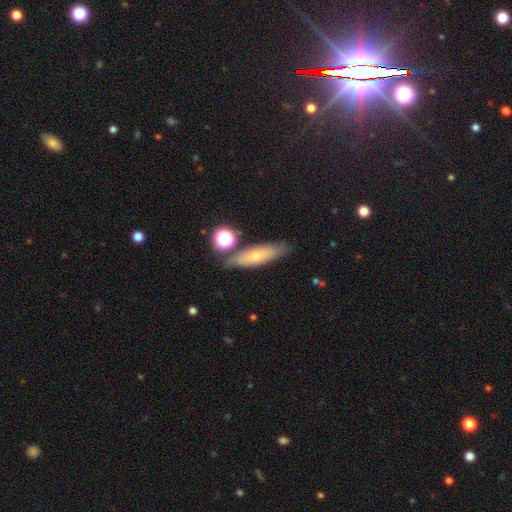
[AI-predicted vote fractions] A smooth galaxy with no disk features (51%) that is cigar-shaped (61%). Merging: none (78%).